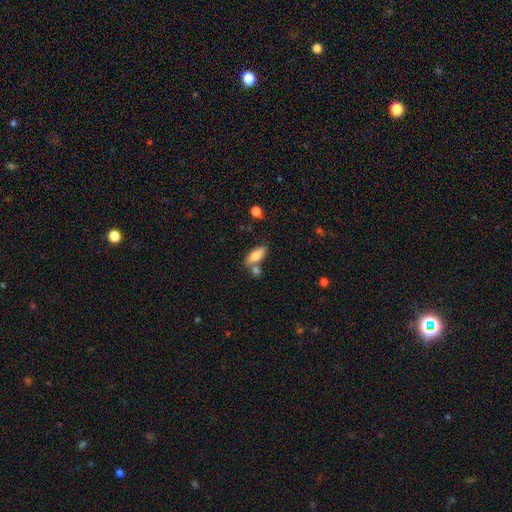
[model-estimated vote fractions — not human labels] A smooth galaxy with no disk features (79%) that is in between round and cigar-shaped (71%). Merging: none (59%).